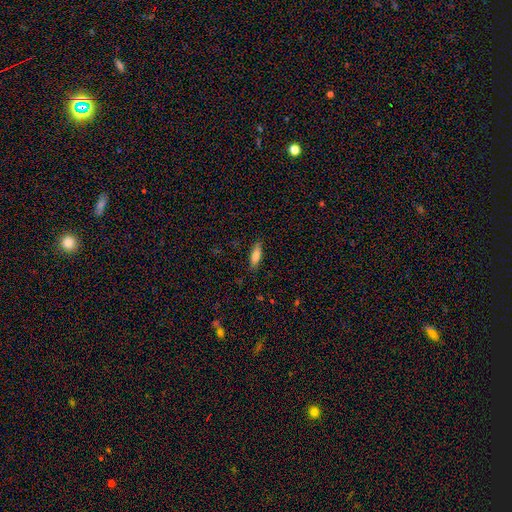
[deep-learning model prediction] Overall: smooth (77%). How rounded: in between (51%; cigar-shaped 47%). Merging: none (85%).